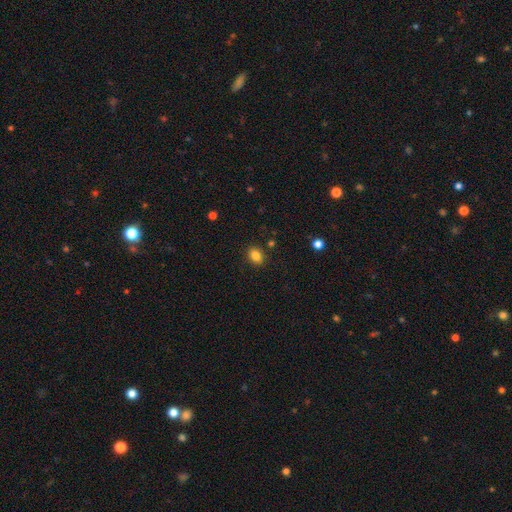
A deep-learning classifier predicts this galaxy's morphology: The model was most divided on "how rounded": in between: 62%, round: 37%, cigar-shaped: 1%. More confident: merging — none (87%); smooth or featured — smooth (84%).